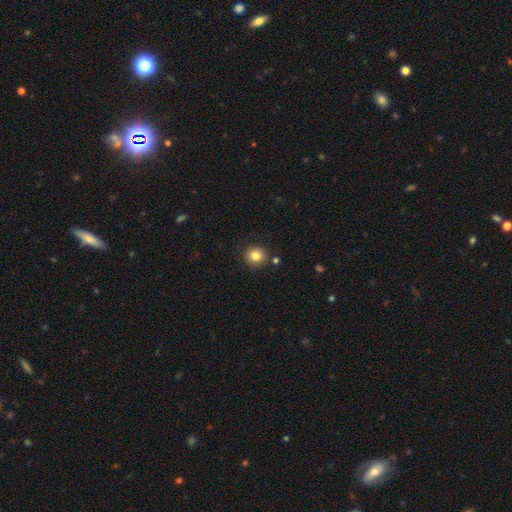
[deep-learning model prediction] Smooth or featured: smooth — 82% (star or artifact — 11%)
How rounded: round — 91% (in between — 8%)
Merging: none — 86% (minor disturbance — 8%)